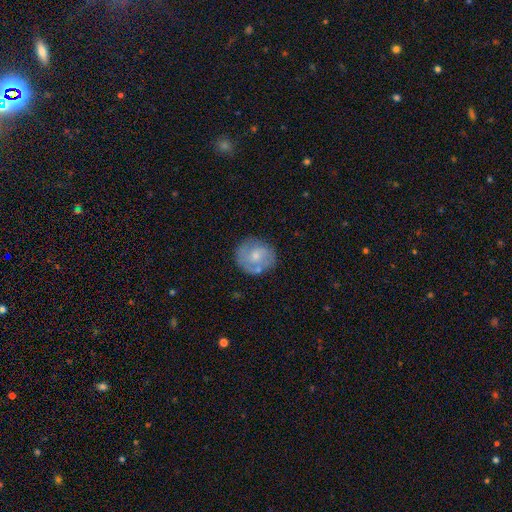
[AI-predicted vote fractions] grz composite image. It shows a smooth galaxy with no disk features (53%) that is round (82%). Merging: none (68%).